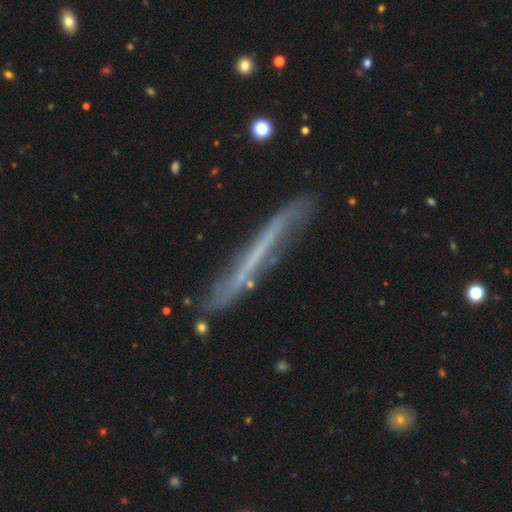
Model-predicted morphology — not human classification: smooth-or-featured: featured or disk: 60% | smooth: 32% | star or artifact: 8%
  disk-edge-on: yes: 83% | no: 17%
    edge-on-bulge: none: 91% | rounded: 5% | boxy: 4%
  merging: none: 72% | minor disturbance: 19% | major disturbance: 6% | merger: 3%